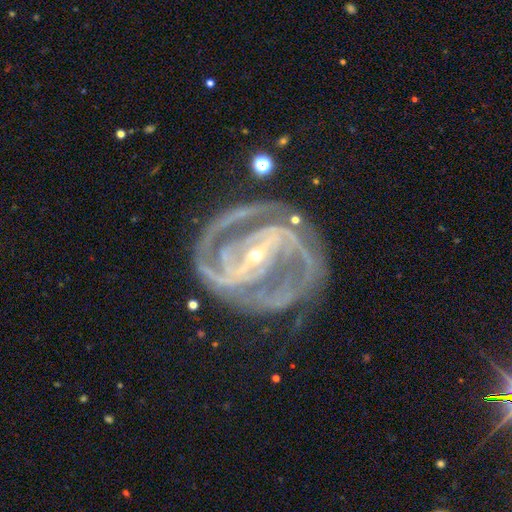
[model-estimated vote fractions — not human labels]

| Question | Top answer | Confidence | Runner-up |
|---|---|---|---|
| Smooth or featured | featured or disk | 92% | star or artifact (6%) |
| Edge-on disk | no | 97% | yes (3%) |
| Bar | strong | 71% | weak (20%) |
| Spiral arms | yes | 98% | no (2%) |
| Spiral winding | tight | 50% | medium (43%) |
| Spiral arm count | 2 | 66% | 3 (14%) |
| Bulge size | small | 80% | moderate (17%) |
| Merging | none | 69% | minor disturbance (17%) |